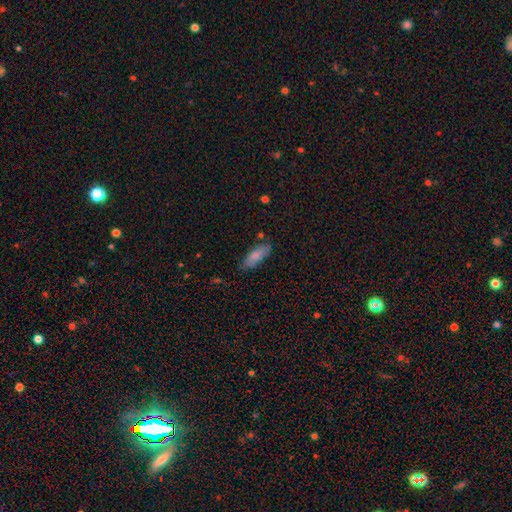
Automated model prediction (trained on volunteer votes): Smooth or featured: smooth — 80% (featured or disk — 13%)
How rounded: in between — 63% (cigar-shaped — 35%)
Merging: none — 75% (minor disturbance — 19%)